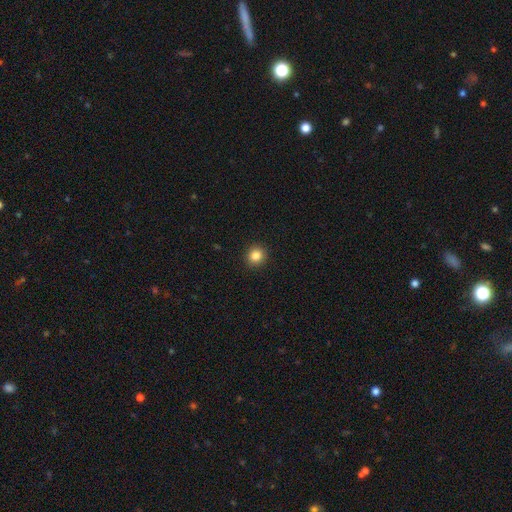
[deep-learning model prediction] Morphology: type=smooth (85%); roundness=round (90%); merging=none (92%).